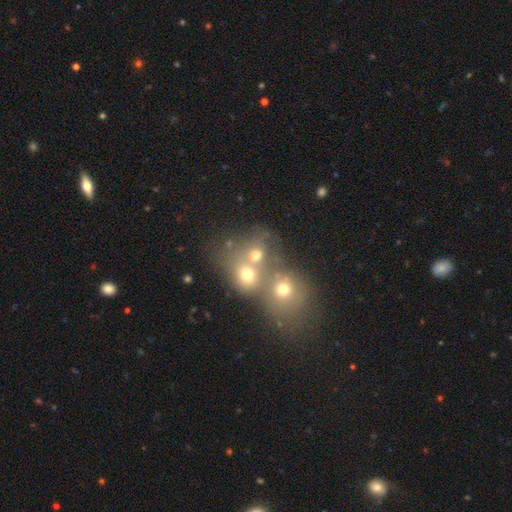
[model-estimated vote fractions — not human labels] The model was most divided on "merging": merger: 58%, none: 31%, minor disturbance: 7%, major disturbance: 5%. More confident: how rounded — round (70%); smooth or featured — smooth (65%).